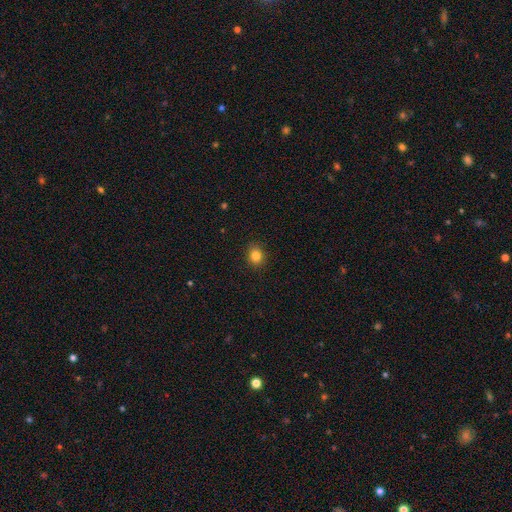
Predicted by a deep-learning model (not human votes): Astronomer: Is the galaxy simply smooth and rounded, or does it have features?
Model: smooth — 83%.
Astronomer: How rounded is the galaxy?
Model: round — 66%.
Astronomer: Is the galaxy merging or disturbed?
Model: none — 89%.